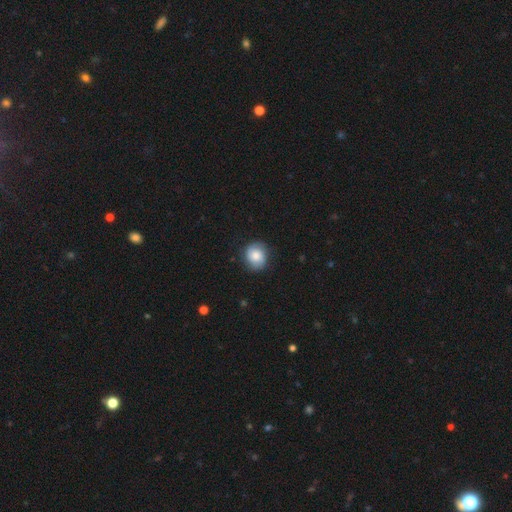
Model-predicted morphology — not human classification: Overall: smooth (64%; featured or disk 28%). How rounded: round (78%). Merging: none (81%).